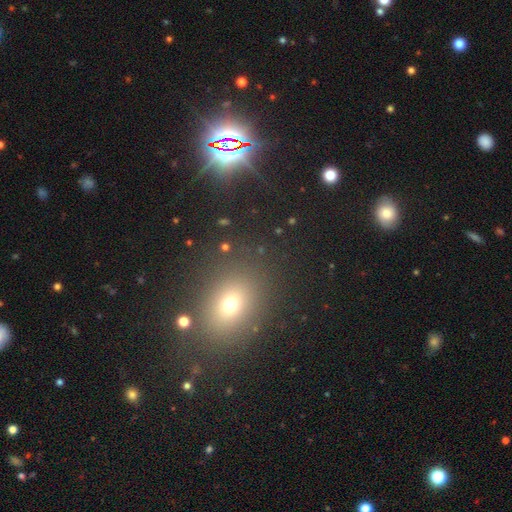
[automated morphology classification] type=smooth (53%); roundness=in between (52%); merging=none (85%).